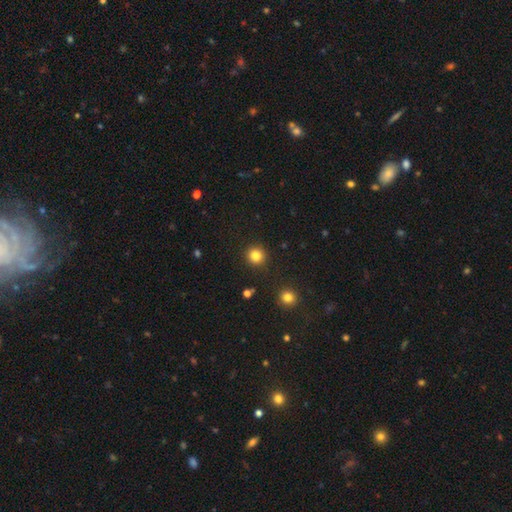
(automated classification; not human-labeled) Smooth or featured: smooth — 82% (star or artifact — 12%)
How rounded: round — 94% (in between — 5%)
Merging: none — 91% (minor disturbance — 5%)